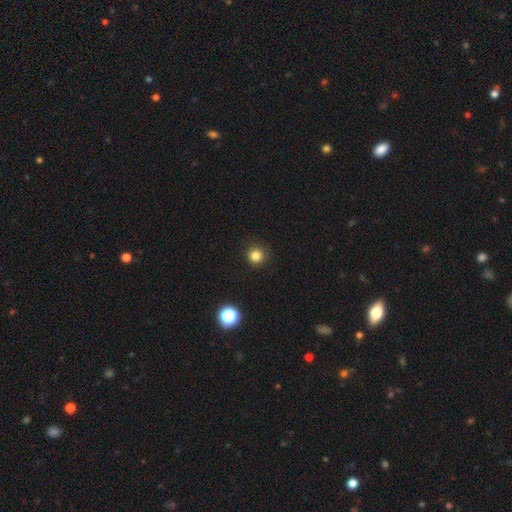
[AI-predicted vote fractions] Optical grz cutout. It shows a smooth galaxy with no disk features (82%) that is round (95%). Merging: none (91%).